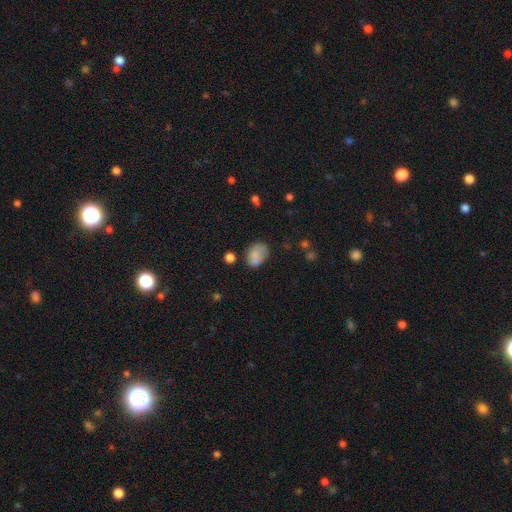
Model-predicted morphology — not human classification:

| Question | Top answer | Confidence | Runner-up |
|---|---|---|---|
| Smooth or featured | smooth | 81% | star or artifact (10%) |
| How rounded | in between | 74% | round (25%) |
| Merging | none | 59% | minor disturbance (25%) |